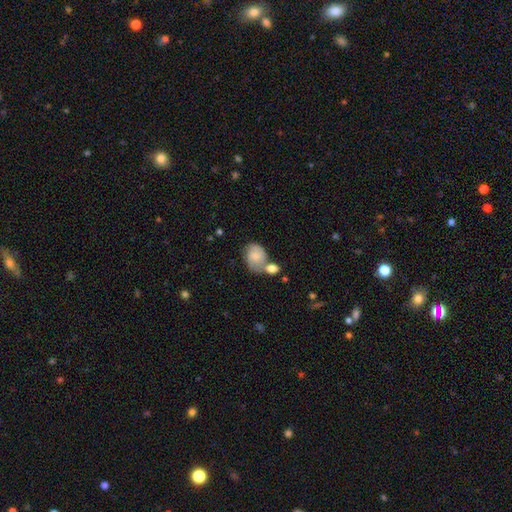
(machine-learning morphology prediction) This appears to be a smooth galaxy with no disk features (70%) that is in between round and cigar-shaped (60%). Merging: merger (36%, tied with none).